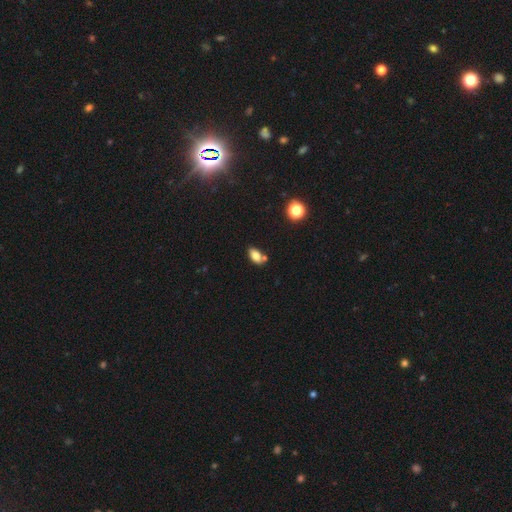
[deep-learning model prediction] The model was most divided on "merging": none: 64%, merger: 18%, minor disturbance: 15%, major disturbance: 4%. More confident: how rounded — in between (90%); smooth or featured — smooth (80%).